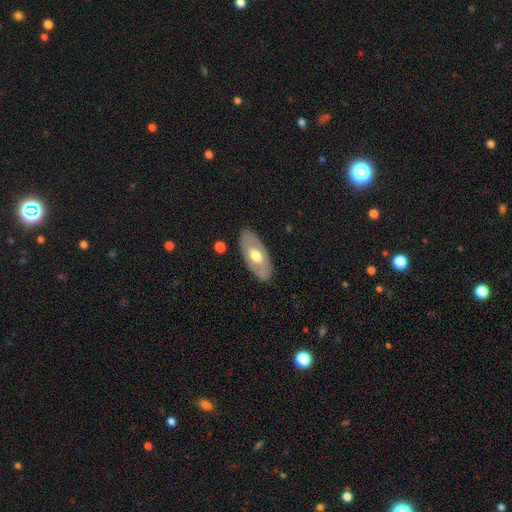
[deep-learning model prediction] smooth-or-featured: featured or disk: 49% | smooth: 46% | star or artifact: 5%
  merging: none: 85% | minor disturbance: 11% | major disturbance: 3% | merger: 1%